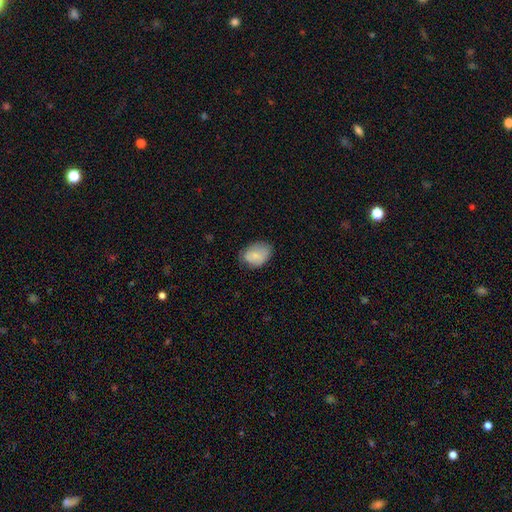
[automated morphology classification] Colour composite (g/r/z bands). It shows a smooth galaxy with no disk features (81%) that is in between round and cigar-shaped (78%). Merging: none (66%).